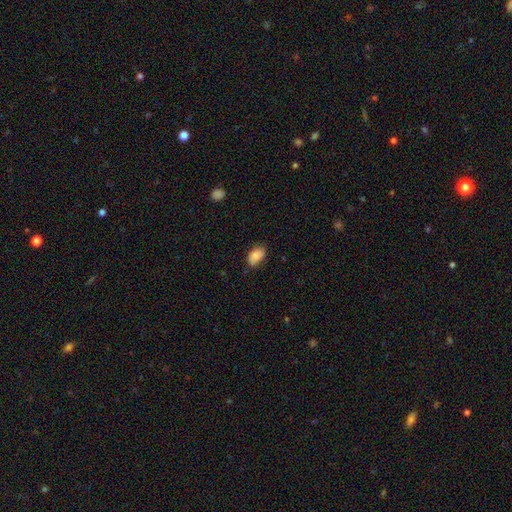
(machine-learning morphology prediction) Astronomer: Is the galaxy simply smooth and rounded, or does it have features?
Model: smooth — 85%.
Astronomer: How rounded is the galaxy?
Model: in between — 90%.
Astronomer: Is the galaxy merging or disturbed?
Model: none — 71%.